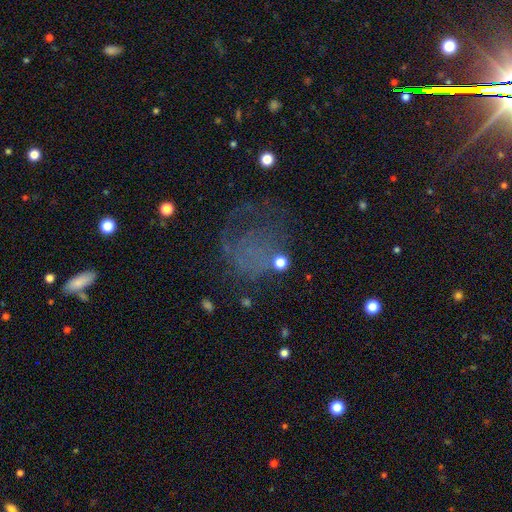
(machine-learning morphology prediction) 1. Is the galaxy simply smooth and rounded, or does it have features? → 36% smooth, 34% star or artifact, 31% featured or disk.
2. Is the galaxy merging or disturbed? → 43% none, 36% major disturbance, 18% minor disturbance, 4% merger.